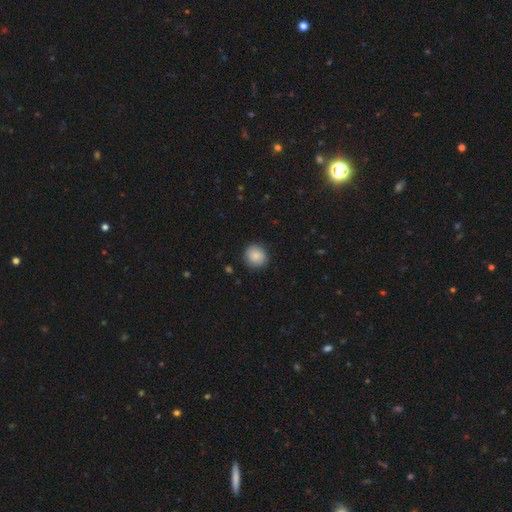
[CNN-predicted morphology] Smooth or featured? Predicted: smooth (p=0.86). How rounded? Predicted: round (p=0.86). Merging? Predicted: none (p=0.88).